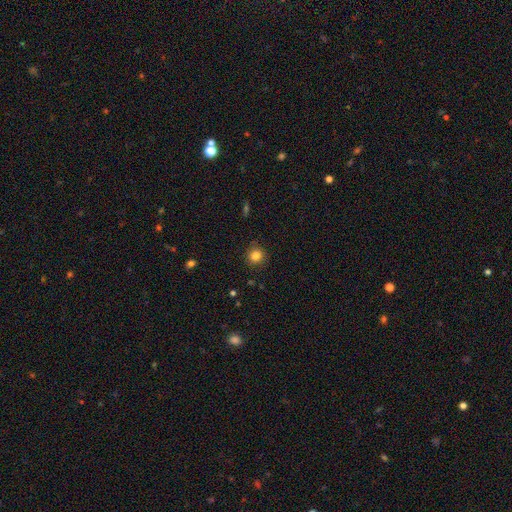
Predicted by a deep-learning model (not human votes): This is clearly a smooth galaxy (83%). How rounded: clearly round (88%). Merging: clearly none (86%).